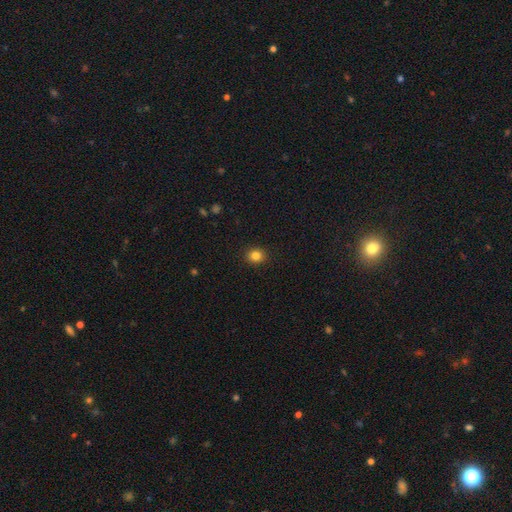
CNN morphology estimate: Smooth or featured? Predicted: smooth (p=0.83). How rounded? Predicted: round (p=0.82). Merging? Predicted: none (p=0.92).